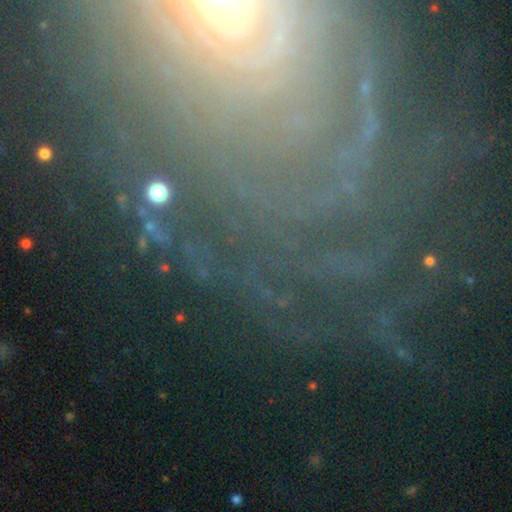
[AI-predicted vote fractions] Smooth or featured?
  - featured or disk: 60% *
  - star or artifact: 27%
  - smooth: 13%
Edge-on disk?
  - no: 91% *
  - yes: 9%
Bar?
  - no: 56% *
  - weak: 25%
  - strong: 19%
Spiral arms?
  - yes: 88% *
  - no: 12%
Bulge size?
  - small: 55% *
  - moderate: 27%
  - large: 8%
  - none: 6%
  - dominant: 4%
Merging?
  - none: 74% *
  - minor disturbance: 13%
  - major disturbance: 10%
  - merger: 4%